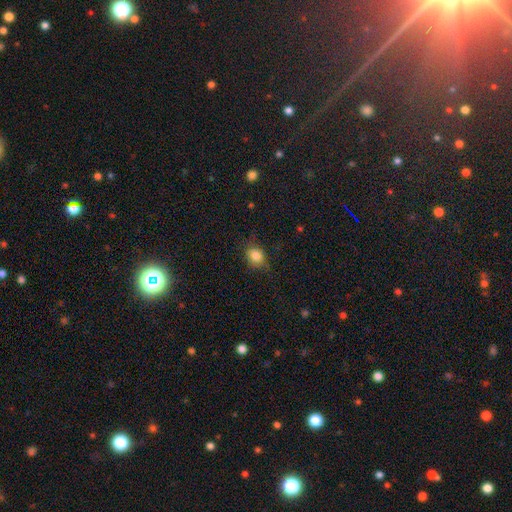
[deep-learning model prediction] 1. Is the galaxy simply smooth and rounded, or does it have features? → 83% smooth, 11% star or artifact, 6% featured or disk.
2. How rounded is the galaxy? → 63% round, 36% in between, 1% cigar-shaped.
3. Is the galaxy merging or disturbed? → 75% none, 18% minor disturbance, 5% major disturbance, 1% merger.